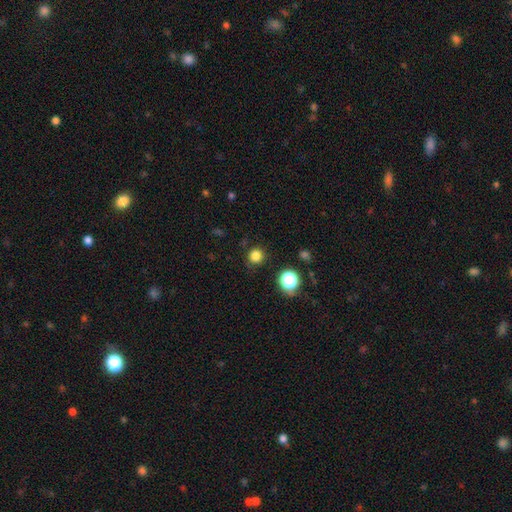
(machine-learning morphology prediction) A smooth galaxy with no disk features (81%) that is round (91%).

Vote fractions:
- Smooth or featured? smooth: 81% / star or artifact: 15% / featured or disk: 4%
- How rounded? round: 91% / in between: 8% / cigar-shaped: 1%
- Merging? none: 85% / minor disturbance: 9% / major disturbance: 3% / merger: 2%